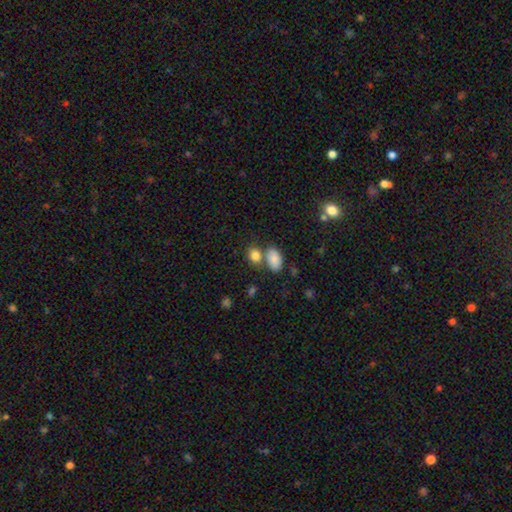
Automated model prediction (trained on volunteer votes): smooth-or-featured: smooth: 83% | star or artifact: 10% | featured or disk: 7%
  how-rounded: in between: 66% | round: 32% | cigar-shaped: 2%
  merging: none: 52% | merger: 34% | minor disturbance: 11% | major disturbance: 4%